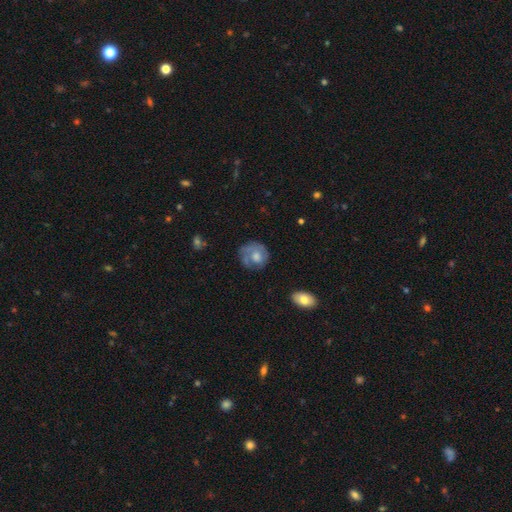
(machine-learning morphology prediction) Overall: featured or disk (46%, tied with smooth). Merging: none (57%; minor disturbance 24%).